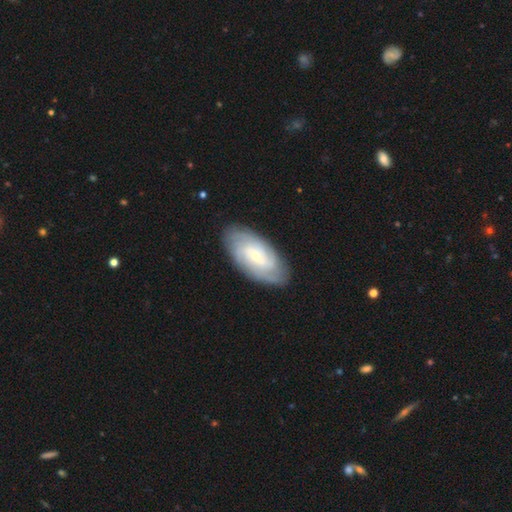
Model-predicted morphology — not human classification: Smooth or featured?
  - featured or disk: 76% *
  - smooth: 19%
  - star or artifact: 5%
Edge-on disk?
  - no: 94% *
  - yes: 6%
Bar?
  - no: 51% *
  - weak: 38%
  - strong: 10%
Spiral arms?
  - yes: 93% *
  - no: 7%
Spiral winding?
  - tight: 66% *
  - medium: 27%
  - loose: 7%
Spiral arm count?
  - can't tell: 40% *
  - 2: 20%
  - 3: 15%
  - 4: 14%
  - more than 4: 5%
  - 1: 5%
Bulge size?
  - small: 73% *
  - moderate: 24%
  - none: 1%
  - large: 1%
  - dominant: 1%
Merging?
  - none: 84% *
  - minor disturbance: 12%
  - major disturbance: 3%
  - merger: 1%